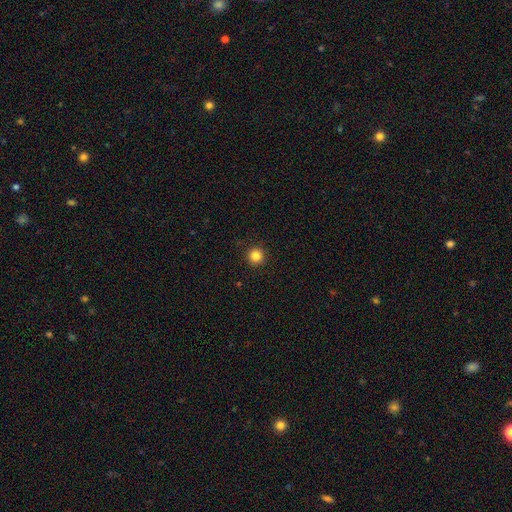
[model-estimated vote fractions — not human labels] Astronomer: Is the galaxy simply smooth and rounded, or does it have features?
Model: smooth — 84%.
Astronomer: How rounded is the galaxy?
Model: round — 96%.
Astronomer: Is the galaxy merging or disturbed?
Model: none — 93%.